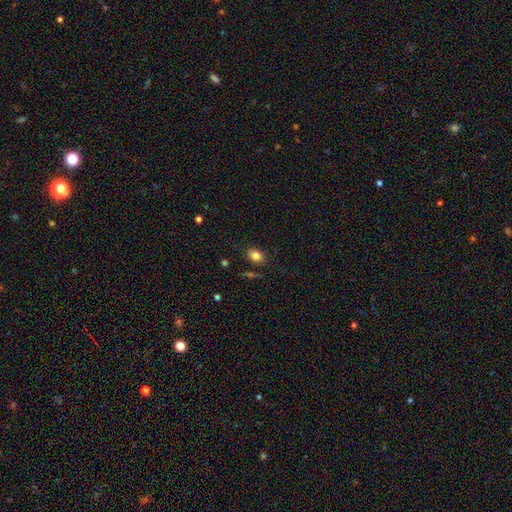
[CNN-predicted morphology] Smooth or featured?
  - smooth: 82% *
  - star or artifact: 10%
  - featured or disk: 7%
How rounded?
  - in between: 66% *
  - round: 32%
  - cigar-shaped: 1%
Merging?
  - none: 83% *
  - minor disturbance: 11%
  - major disturbance: 3%
  - merger: 2%